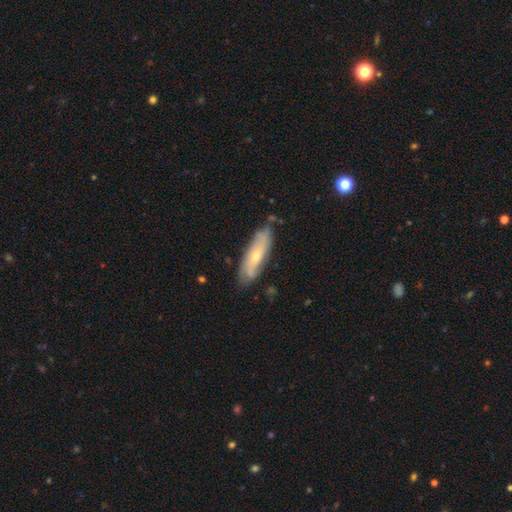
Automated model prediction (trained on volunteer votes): Smooth or featured? Predicted: featured or disk (p=0.51). Edge-on disk? Predicted: no (p=0.67). Merging? Predicted: none (p=0.73).